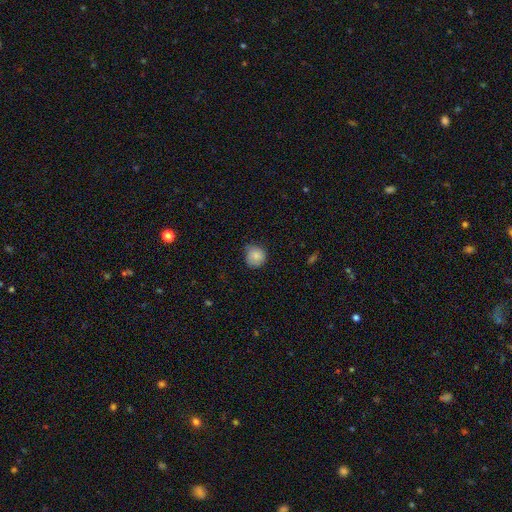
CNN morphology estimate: Smooth or featured? smooth (83%)
How rounded? round (88%)
Merging? none (67%)